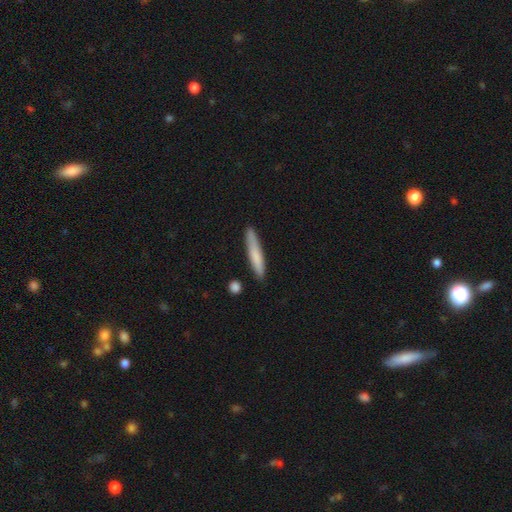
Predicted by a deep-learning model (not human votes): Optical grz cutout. It shows a smooth galaxy with no disk features (75%) that is cigar-shaped (93%). Merging: none (85%).